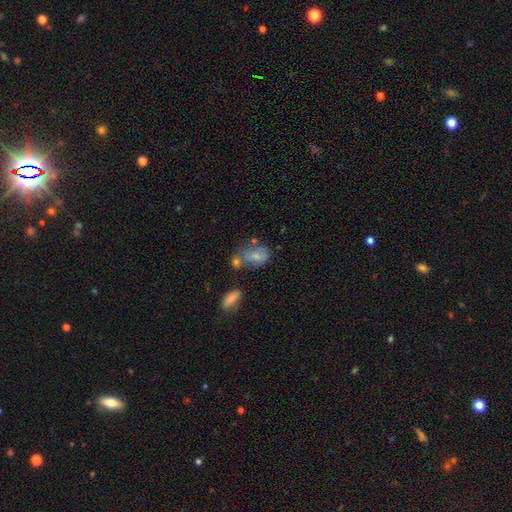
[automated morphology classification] This appears to be a smooth galaxy with no disk features (67%) that is in between round and cigar-shaped (80%). Merging: none (34%).